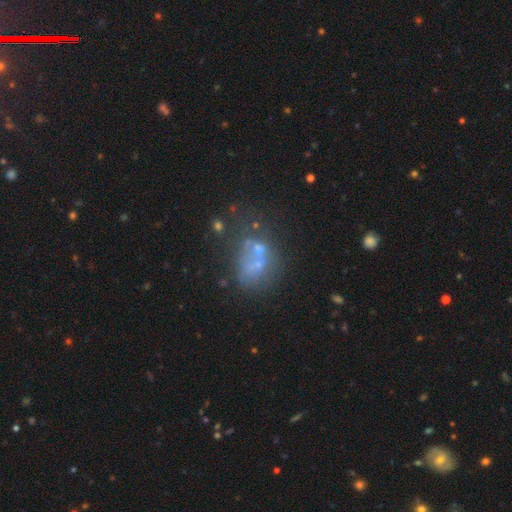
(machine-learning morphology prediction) Overall: featured or disk (39%; smooth 36%). Merging: merger (41%; none 32%).